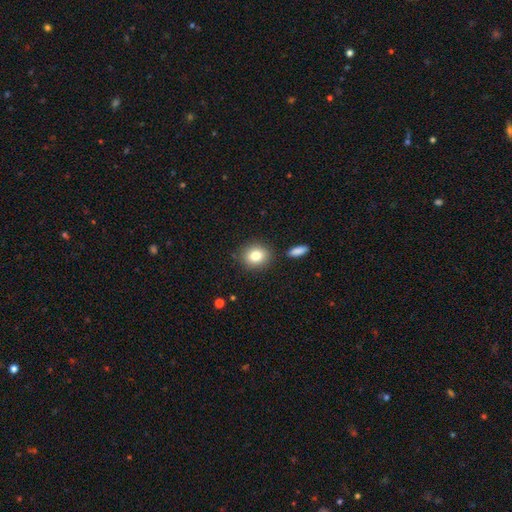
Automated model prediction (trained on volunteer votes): A smooth galaxy with no disk features (82%) that is round (69%).

Vote fractions:
- Smooth or featured? smooth: 82% / star or artifact: 9% / featured or disk: 9%
- How rounded? round: 69% / in between: 30% / cigar-shaped: 1%
- Merging? none: 85% / minor disturbance: 8% / merger: 4% / major disturbance: 2%